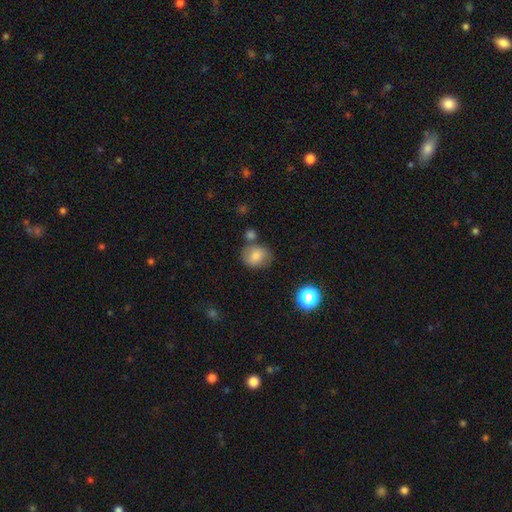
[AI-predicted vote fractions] Smooth or featured? smooth (78%)
How rounded? round (65%)
Merging? none (65%)